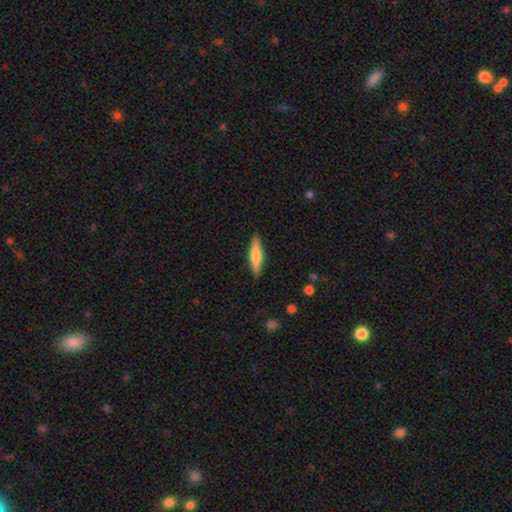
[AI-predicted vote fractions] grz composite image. It shows a smooth galaxy with no disk features (57%) that is cigar-shaped (81%). Merging: none (89%).